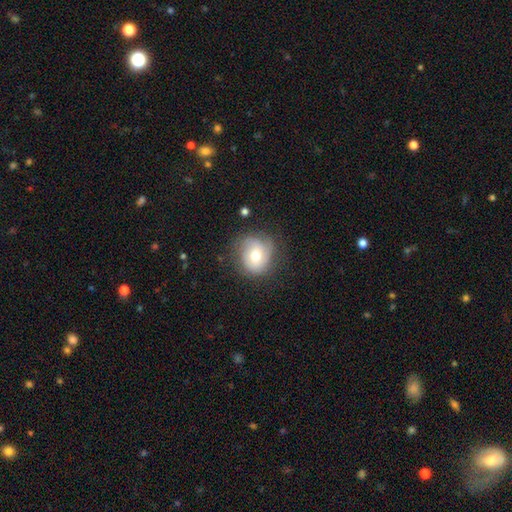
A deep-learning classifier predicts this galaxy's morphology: Q: Smooth or featured?
A: smooth (54%); runner-up: featured or disk (37%)
Q: How rounded?
A: round (80%); runner-up: in between (19%)
Q: Merging?
A: none (66%); runner-up: minor disturbance (22%)